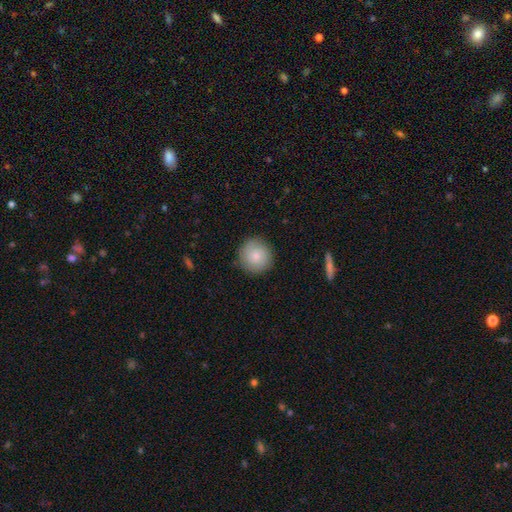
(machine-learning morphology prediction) Overall: smooth (78%). How rounded: round (94%). Merging: none (87%).